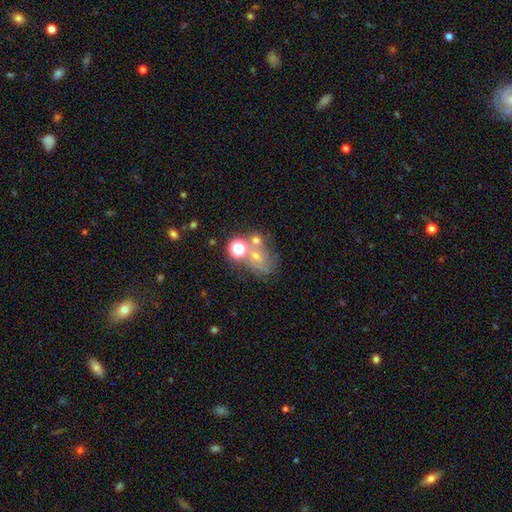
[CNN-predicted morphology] Q: Smooth or featured?
A: smooth (34%); tied with: star or artifact (34%)
Q: Merging?
A: none (46%); runner-up: merger (27%)